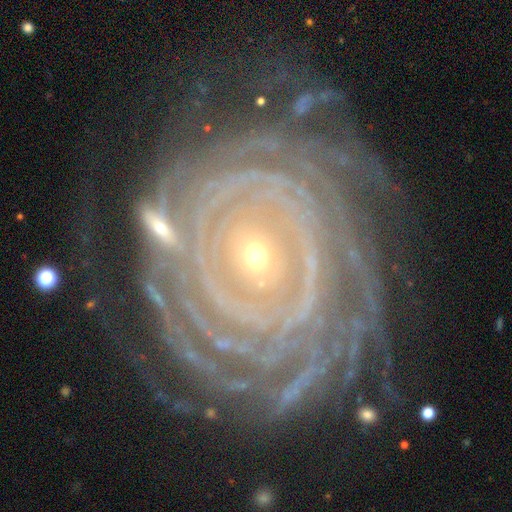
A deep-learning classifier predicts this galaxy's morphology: Smooth or featured?
  - featured or disk: 90% *
  - star or artifact: 6%
  - smooth: 4%
Edge-on disk?
  - no: 97% *
  - yes: 3%
Bar?
  - no: 53% *
  - weak: 27%
  - strong: 20%
Spiral arms?
  - yes: 98% *
  - no: 2%
Spiral winding?
  - tight: 90% *
  - medium: 8%
  - loose: 2%
Spiral arm count?
  - more than 4: 28% *
  - can't tell: 23%
  - 4: 17%
  - 2: 13%
  - 3: 12%
  - 1: 7%
Bulge size?
  - small: 71% *
  - moderate: 25%
  - large: 1%
  - none: 1%
  - dominant: 1%
Merging?
  - none: 75% *
  - minor disturbance: 16%
  - major disturbance: 7%
  - merger: 3%